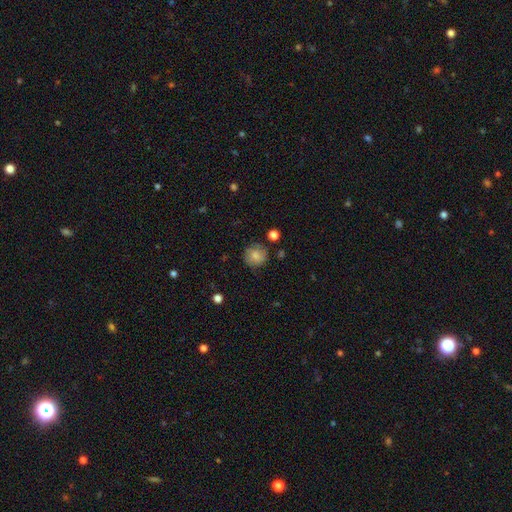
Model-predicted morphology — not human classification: Smooth or featured: smooth — 78% (featured or disk — 13%)
How rounded: round — 90% (in between — 9%)
Merging: none — 80% (minor disturbance — 14%)